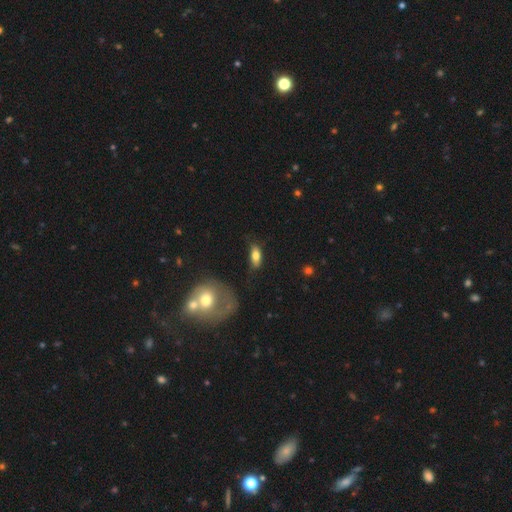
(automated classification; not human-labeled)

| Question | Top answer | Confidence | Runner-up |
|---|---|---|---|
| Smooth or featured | smooth | 76% | featured or disk (16%) |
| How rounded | in between | 83% | cigar-shaped (11%) |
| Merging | none | 66% | minor disturbance (21%) |